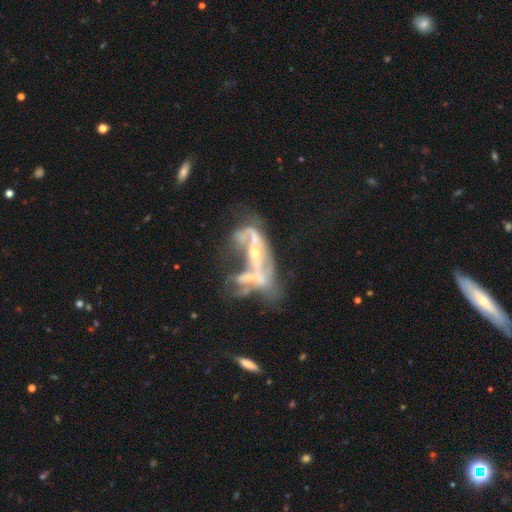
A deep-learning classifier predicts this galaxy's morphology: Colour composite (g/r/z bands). It shows a featured or disk galaxy (74%) with no bar (61%), no spiral arms (54%) and a small central bulge (51%). Merging: merger (53%).